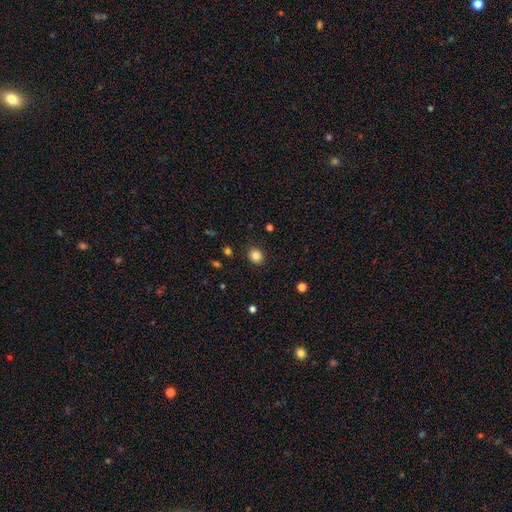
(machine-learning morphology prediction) A smooth galaxy with no disk features (85%) that is round (80%).

Vote fractions:
- Smooth or featured? smooth: 85% / star or artifact: 11% / featured or disk: 4%
- How rounded? round: 80% / in between: 20% / cigar-shaped: 1%
- Merging? none: 90% / minor disturbance: 7% / major disturbance: 2% / merger: 1%